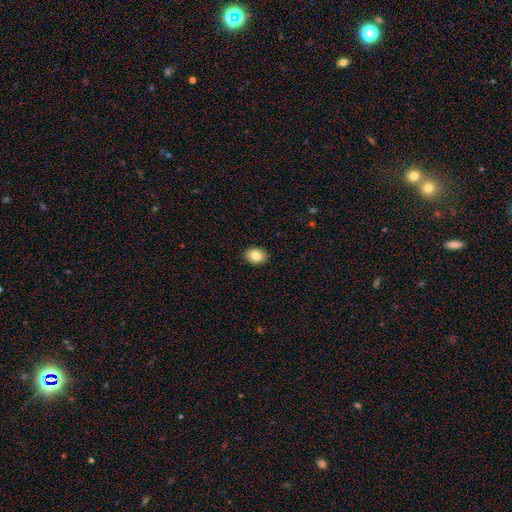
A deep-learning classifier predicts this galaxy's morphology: Q: Smooth or featured?
A: smooth (84%); runner-up: star or artifact (8%)
Q: How rounded?
A: in between (71%); runner-up: round (28%)
Q: Merging?
A: none (91%); runner-up: minor disturbance (7%)